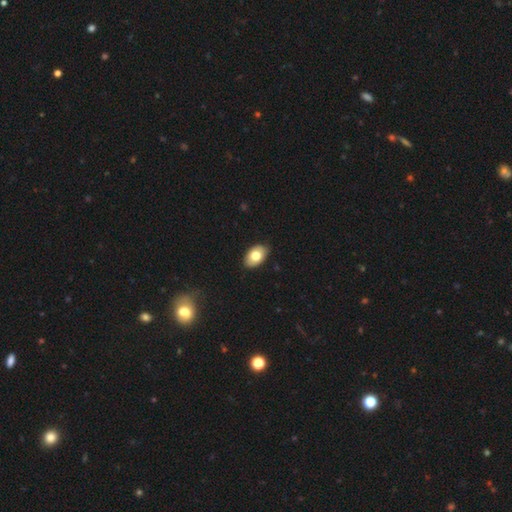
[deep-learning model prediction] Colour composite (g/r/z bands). It shows a smooth galaxy with no disk features (76%) that is in between round and cigar-shaped (90%). Merging: none (87%).